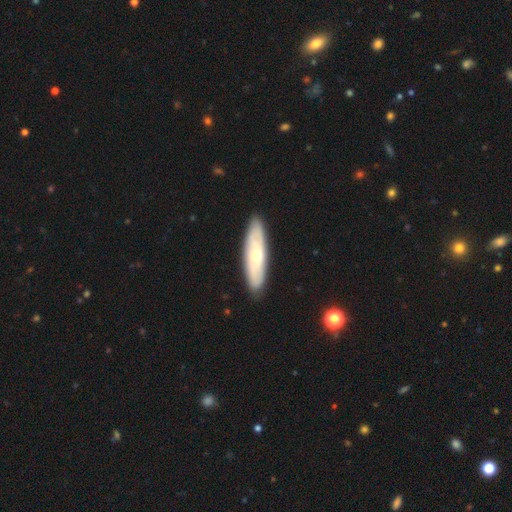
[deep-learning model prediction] Morphology: type=featured or disk (48%); merging=none (89%).